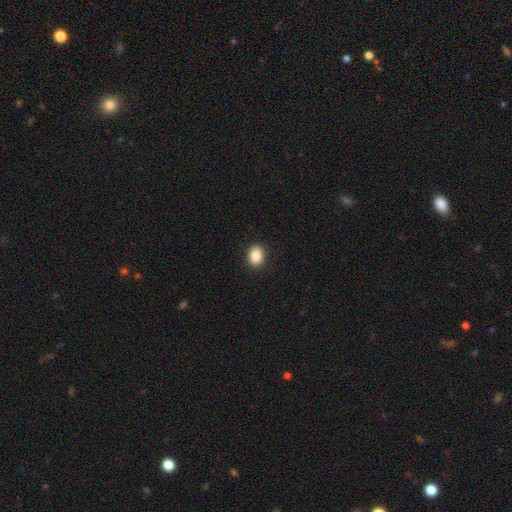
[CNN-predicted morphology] Q: Smooth or featured?
A: smooth (88%); runner-up: star or artifact (9%)
Q: How rounded?
A: in between (65%); runner-up: round (34%)
Q: Merging?
A: none (91%); runner-up: minor disturbance (7%)